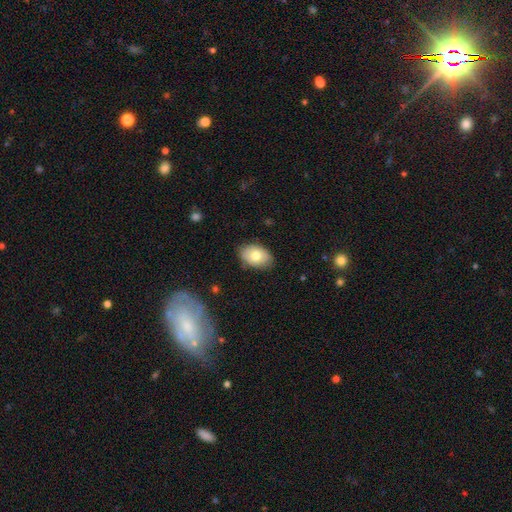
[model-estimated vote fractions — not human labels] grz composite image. It shows a smooth galaxy with no disk features (71%) that is in between round and cigar-shaped (84%). Merging: none (81%).